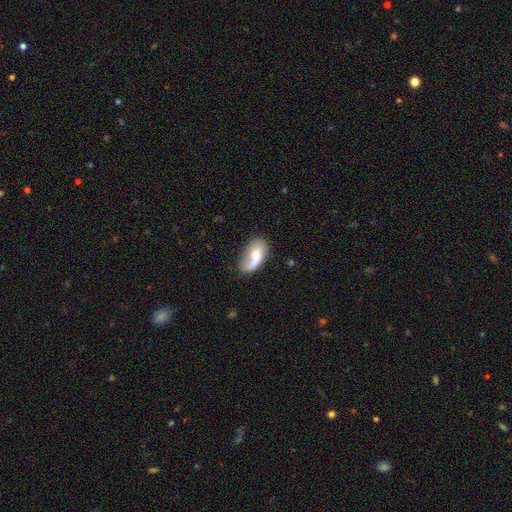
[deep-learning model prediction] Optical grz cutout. It shows a smooth galaxy with no disk features (51%) that is in between round and cigar-shaped (90%). Merging: none (40%).